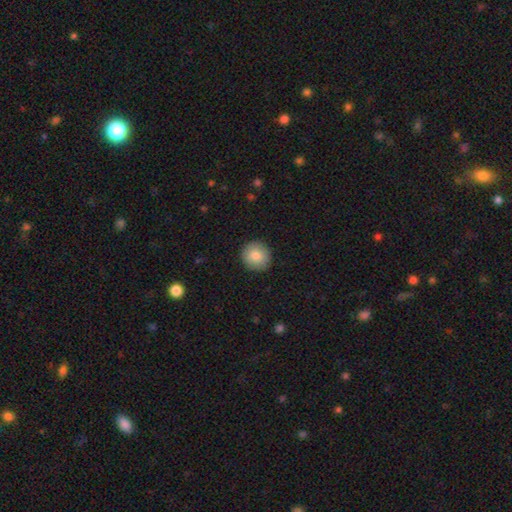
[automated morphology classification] type=smooth (82%); roundness=round (94%); merging=none (92%).